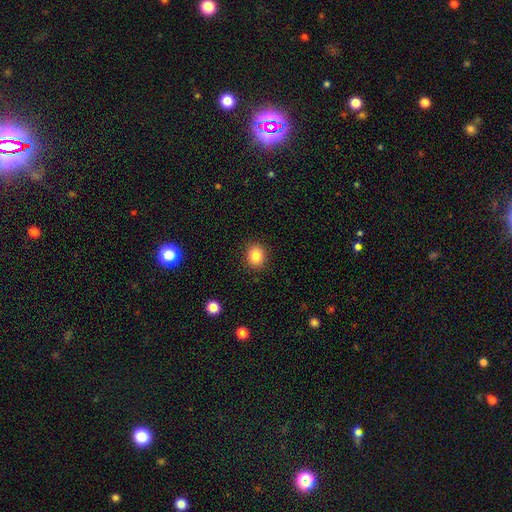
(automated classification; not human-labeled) Overall: smooth (85%). How rounded: round (65%; in between 34%). Merging: none (89%).